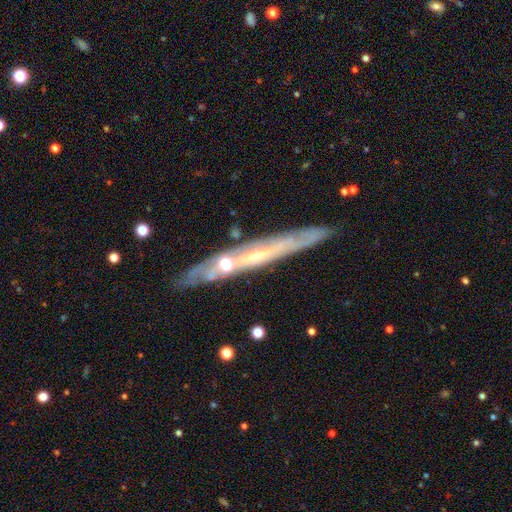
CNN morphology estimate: Smooth or featured? featured or disk (71%)
Edge-on disk? yes (81%)
Edge-on bulge? none (59%)
Merging? none (80%)